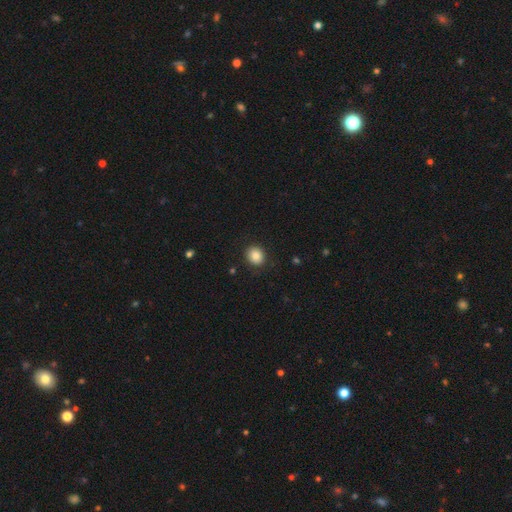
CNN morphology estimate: Q: Smooth or featured?
A: smooth (86%); runner-up: star or artifact (9%)
Q: How rounded?
A: round (75%); runner-up: in between (24%)
Q: Merging?
A: none (88%); runner-up: minor disturbance (8%)